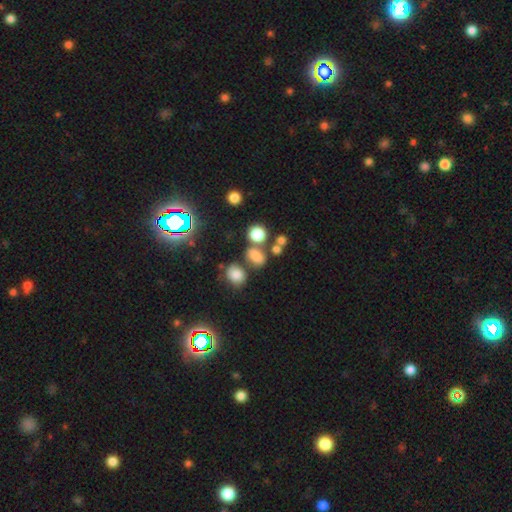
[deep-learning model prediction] A smooth galaxy with no disk features (69%) that is in between round and cigar-shaped (53%).

Vote fractions:
- Smooth or featured? smooth: 69% / star or artifact: 21% / featured or disk: 10%
- How rounded? in between: 53% / round: 45% / cigar-shaped: 2%
- Merging? none: 53% / merger: 28% / minor disturbance: 13% / major disturbance: 7%